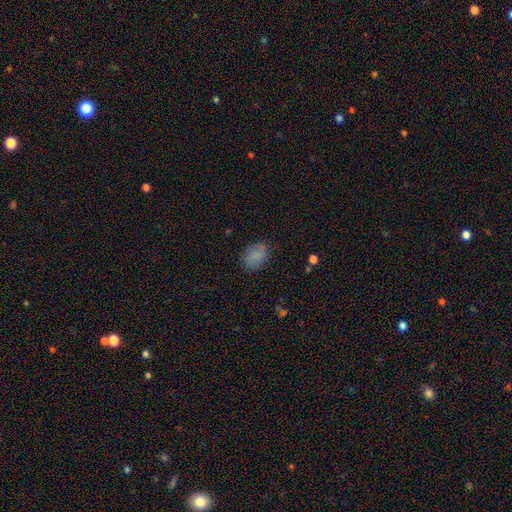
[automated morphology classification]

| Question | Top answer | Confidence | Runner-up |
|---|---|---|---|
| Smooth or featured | smooth | 79% | featured or disk (12%) |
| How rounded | in between | 74% | round (25%) |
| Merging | none | 80% | minor disturbance (15%) |